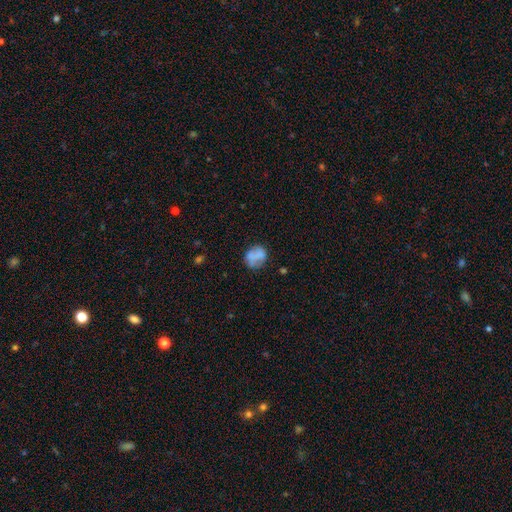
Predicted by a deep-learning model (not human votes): smooth-or-featured: smooth: 63% | featured or disk: 27% | star or artifact: 10%
  how-rounded: round: 59% | in between: 39% | cigar-shaped: 1%
  merging: none: 56% | minor disturbance: 23% | major disturbance: 12% | merger: 9%